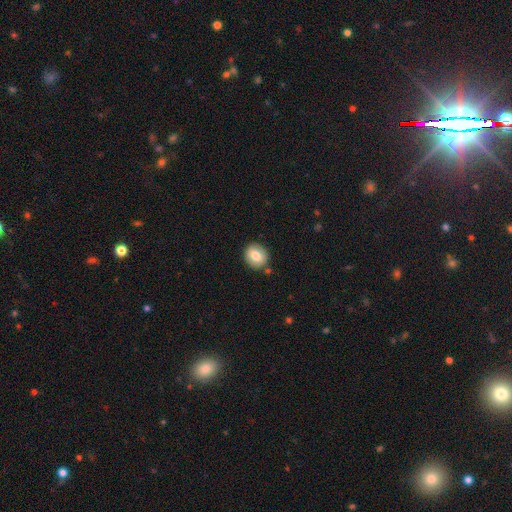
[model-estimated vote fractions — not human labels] Smooth or featured? smooth (78%)
How rounded? round (77%)
Merging? none (84%)